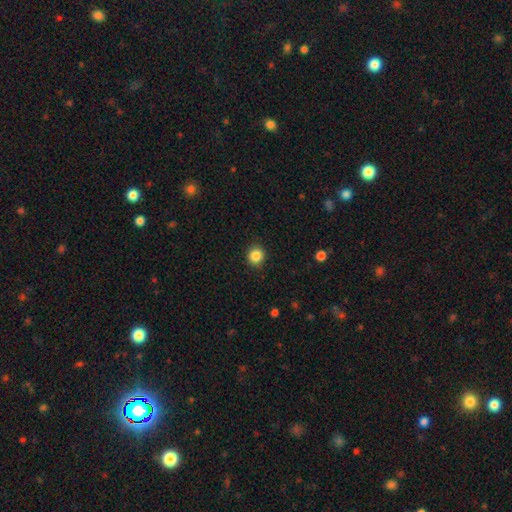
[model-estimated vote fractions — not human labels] smooth_or_featured: smooth (p=0.86) [alt: star or artifact p=0.10]
how_rounded: round (p=0.89) [alt: in between p=0.10]
merging: none (p=0.91) [alt: minor disturbance p=0.06]